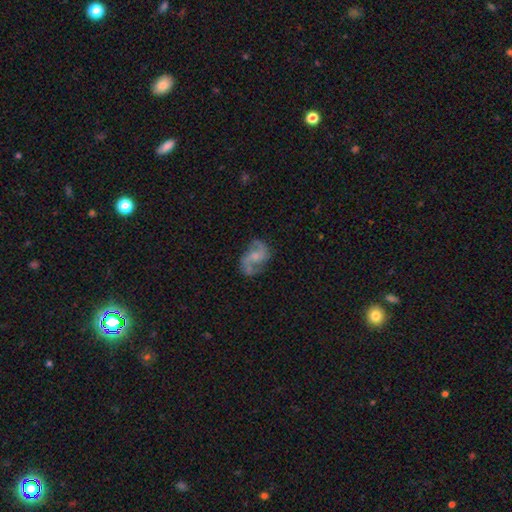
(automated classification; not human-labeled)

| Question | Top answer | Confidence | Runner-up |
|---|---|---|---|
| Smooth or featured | featured or disk | 74% | smooth (19%) |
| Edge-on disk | no | 98% | yes (2%) |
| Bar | no | 56% | weak (37%) |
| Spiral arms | yes | 89% | no (11%) |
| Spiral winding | loose | 51% | medium (40%) |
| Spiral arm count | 2 | 88% | can't tell (5%) |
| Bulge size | small | 37% | moderate (34%) |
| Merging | none | 60% | minor disturbance (22%) |